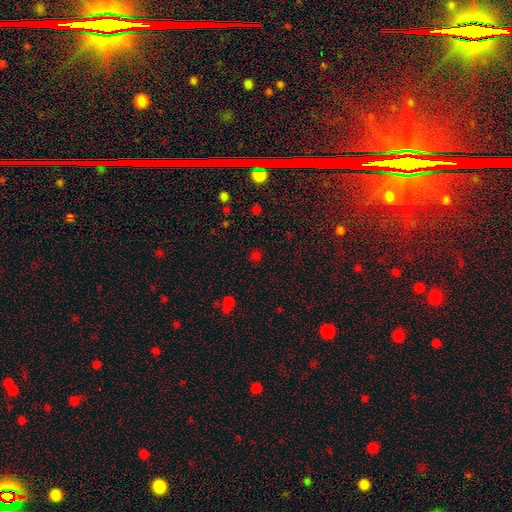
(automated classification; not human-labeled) This is possibly a smooth galaxy (55%). How rounded: clearly round (83%). Merging: likely none (80%).